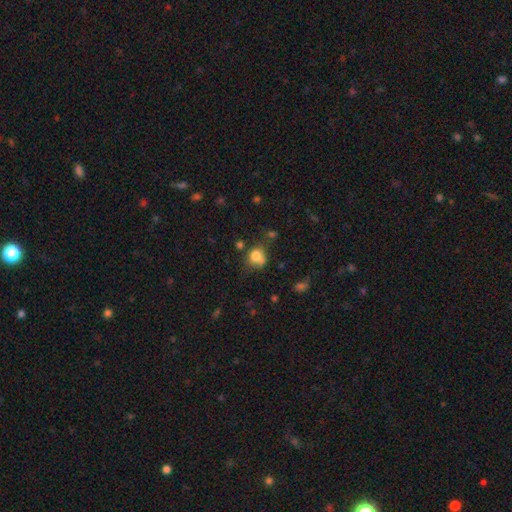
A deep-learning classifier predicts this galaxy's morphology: This appears to be a smooth galaxy with no disk features (77%) that is round (72%). Merging: none (46%).